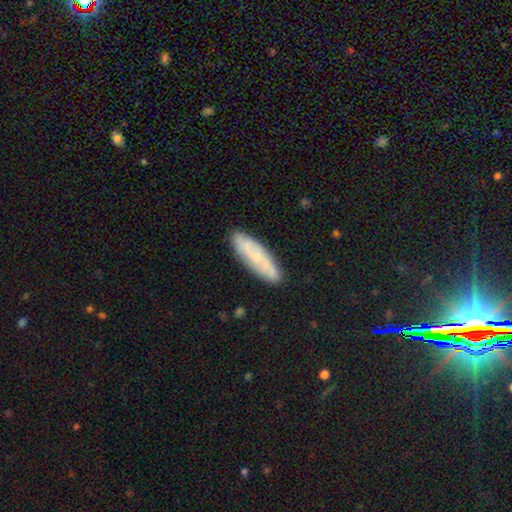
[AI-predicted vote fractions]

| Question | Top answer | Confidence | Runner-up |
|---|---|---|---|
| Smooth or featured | smooth | 52% | featured or disk (40%) |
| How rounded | cigar-shaped | 59% | in between (39%) |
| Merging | none | 85% | minor disturbance (11%) |